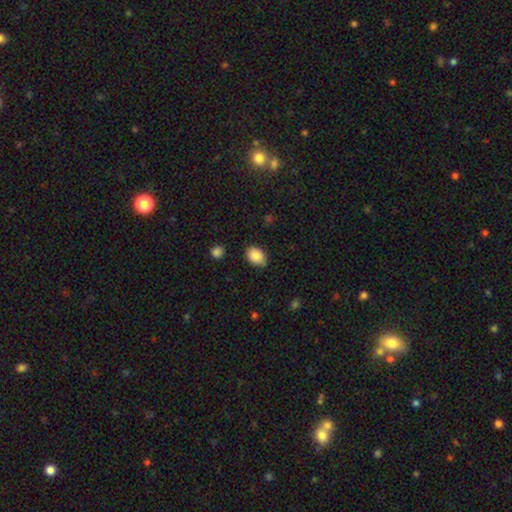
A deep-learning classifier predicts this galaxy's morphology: A smooth galaxy with no disk features (87%) that is in between round and cigar-shaped (80%). Merging: none (73%).